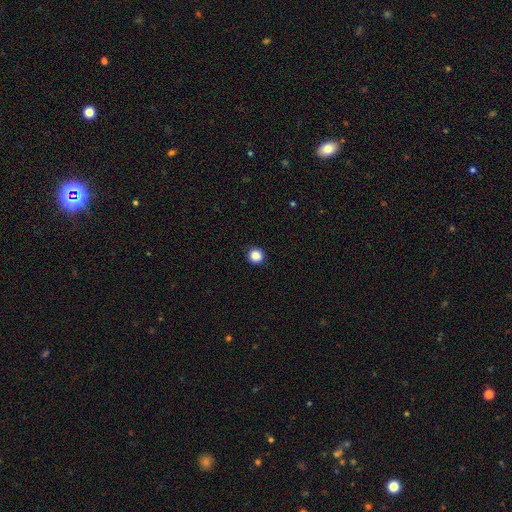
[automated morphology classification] Smooth or featured: smooth — 87% (star or artifact — 10%)
How rounded: round — 94% (in between — 5%)
Merging: none — 92% (minor disturbance — 5%)